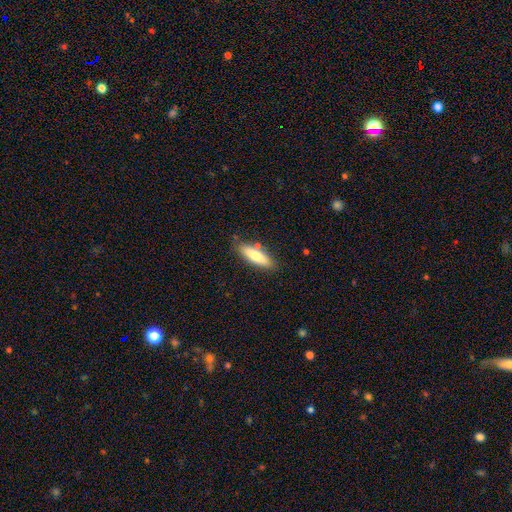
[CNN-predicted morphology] Smooth or featured: smooth — 71% (featured or disk — 23%)
How rounded: cigar-shaped — 54% (in between — 45%)
Merging: none — 81% (minor disturbance — 12%)